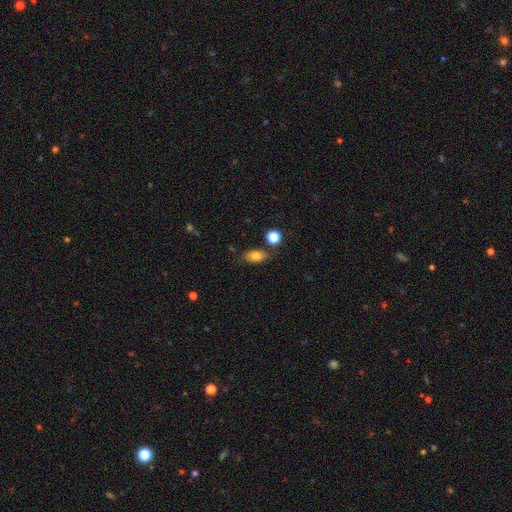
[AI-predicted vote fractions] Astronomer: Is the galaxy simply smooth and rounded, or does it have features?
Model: smooth — 78%.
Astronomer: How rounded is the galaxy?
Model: in between — 83%.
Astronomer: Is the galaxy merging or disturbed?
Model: none — 75%.